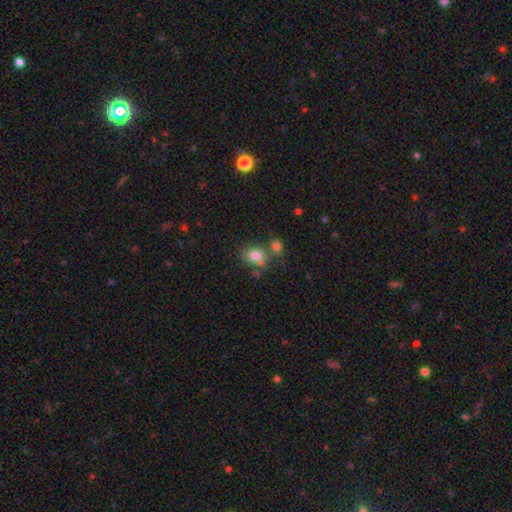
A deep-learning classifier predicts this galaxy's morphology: This is likely a smooth galaxy (78%). How rounded: possibly round (51%). Merging: possibly none (53%).